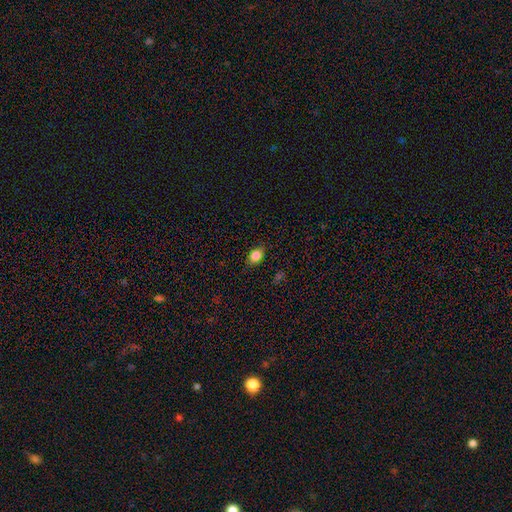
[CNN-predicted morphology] Smooth or featured? smooth (84%)
How rounded? in between (71%)
Merging? none (84%)